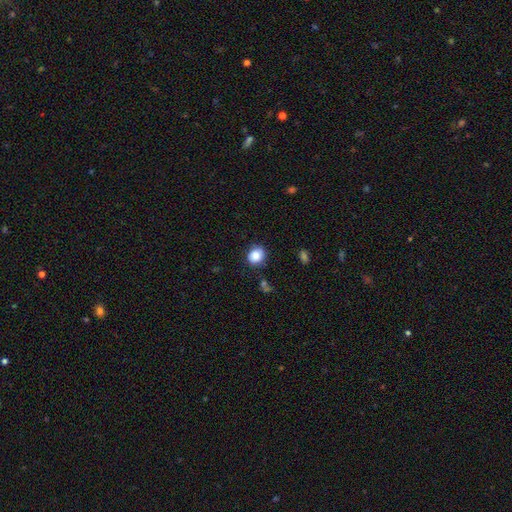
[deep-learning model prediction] Smooth or featured: smooth — 85% (star or artifact — 9%)
How rounded: round — 72% (in between — 27%)
Merging: none — 78% (minor disturbance — 15%)